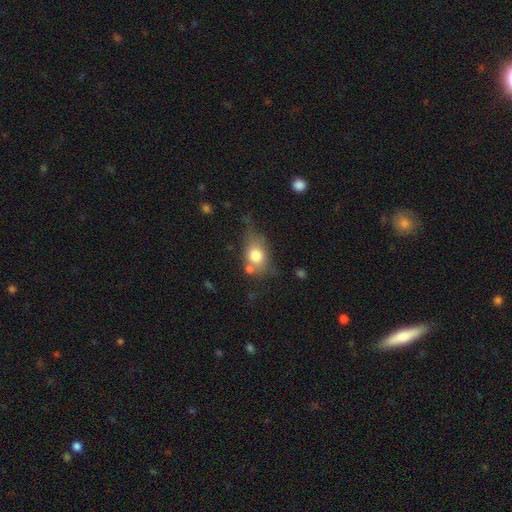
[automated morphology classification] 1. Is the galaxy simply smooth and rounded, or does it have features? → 74% smooth, 17% featured or disk, 9% star or artifact.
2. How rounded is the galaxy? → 62% in between, 35% round, 3% cigar-shaped.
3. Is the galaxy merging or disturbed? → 47% none, 25% minor disturbance, 16% merger, 11% major disturbance.